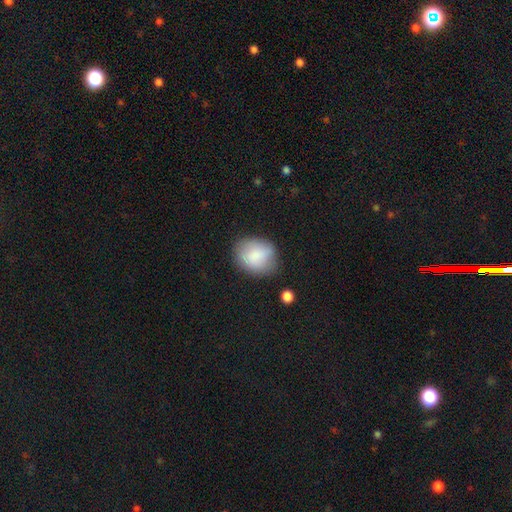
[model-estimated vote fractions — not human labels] Morphology: type=smooth (82%); roundness=round (54%); merging=none (65%).